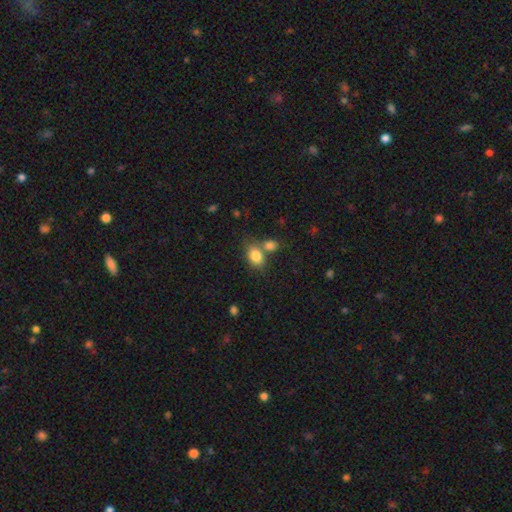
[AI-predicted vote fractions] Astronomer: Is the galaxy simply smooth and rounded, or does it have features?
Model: smooth — 82%.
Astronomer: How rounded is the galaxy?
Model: in between — 76%.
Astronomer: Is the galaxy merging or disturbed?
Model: none — 48% (runner-up: merger, 35%).